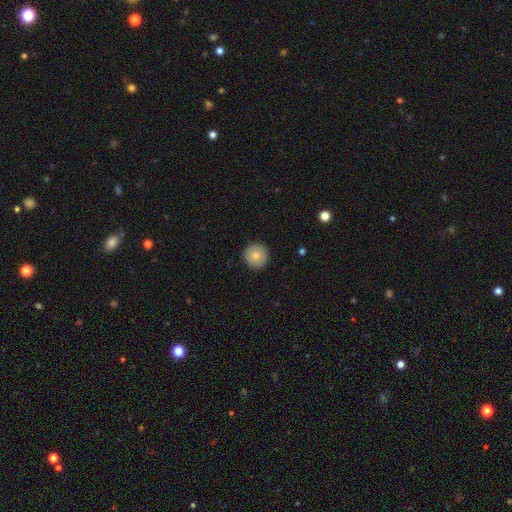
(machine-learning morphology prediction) Q: Smooth or featured?
A: smooth (80%); runner-up: featured or disk (12%)
Q: How rounded?
A: round (96%); runner-up: in between (3%)
Q: Merging?
A: none (92%); runner-up: minor disturbance (5%)